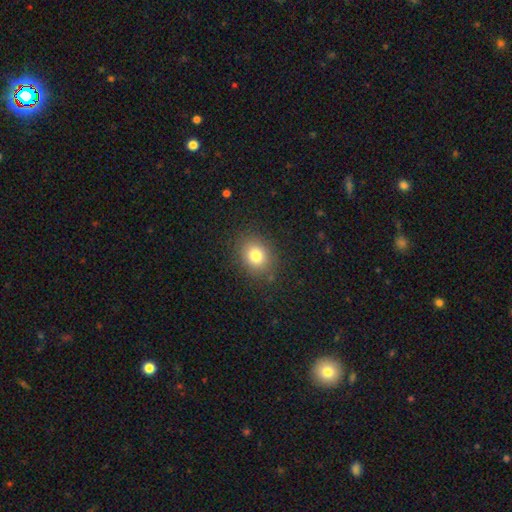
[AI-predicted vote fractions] This appears to be a smooth galaxy with no disk features (80%) that is round (61%). Merging: none (87%).